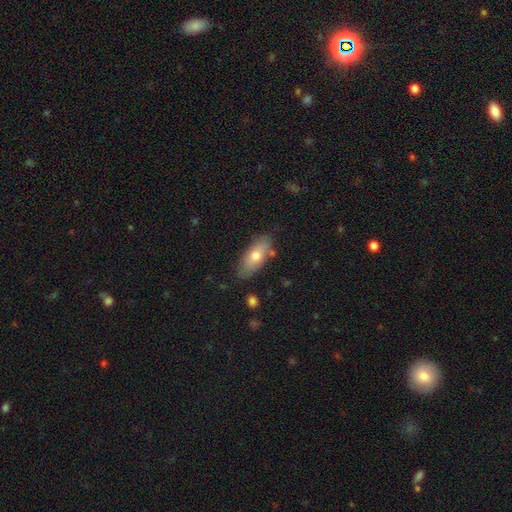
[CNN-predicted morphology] This is likely a smooth galaxy (69%). How rounded: clearly in between (81%). Merging: clearly none (80%).